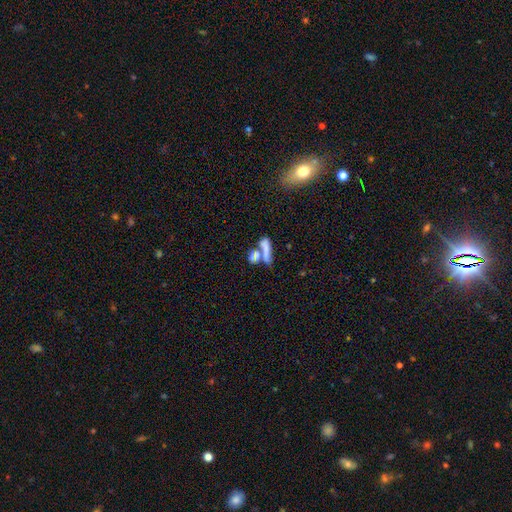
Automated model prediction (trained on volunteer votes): Smooth or featured?
  - smooth: 62% *
  - featured or disk: 20%
  - star or artifact: 18%
How rounded?
  - cigar-shaped: 45% *
  - in between: 34%
  - round: 21%
Merging?
  - none: 51% *
  - merger: 32%
  - minor disturbance: 10%
  - major disturbance: 7%